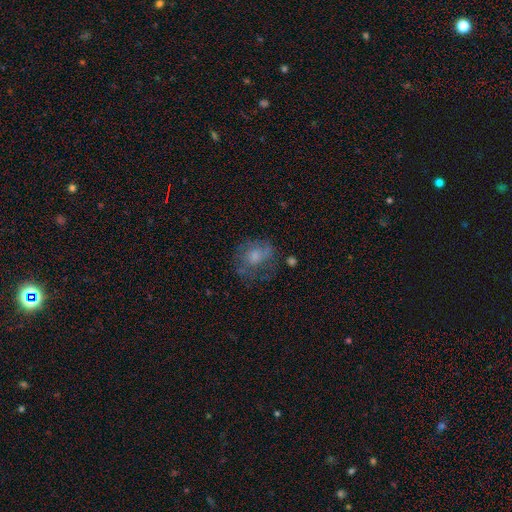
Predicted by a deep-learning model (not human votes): This appears to be a smooth galaxy with no disk features (53%) that is round (58%). Merging: none (47%).